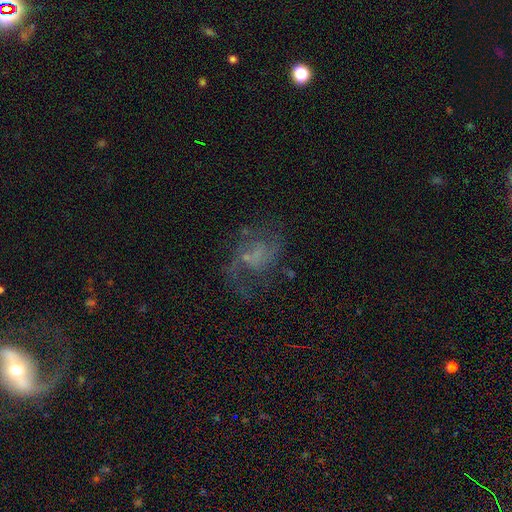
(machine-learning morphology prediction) type=featured or disk (66%); edge-on=no (98%); bar=no (59%); spiral arms=yes (76%); bulge=none (53%); merging=none (50%).